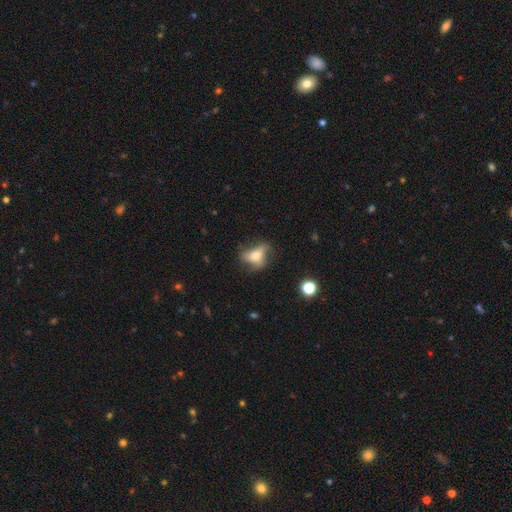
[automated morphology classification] Smooth or featured?
  - smooth: 56% *
  - featured or disk: 32%
  - star or artifact: 12%
How rounded?
  - in between: 74% *
  - round: 20%
  - cigar-shaped: 6%
Merging?
  - none: 43% *
  - minor disturbance: 27%
  - major disturbance: 26%
  - merger: 3%